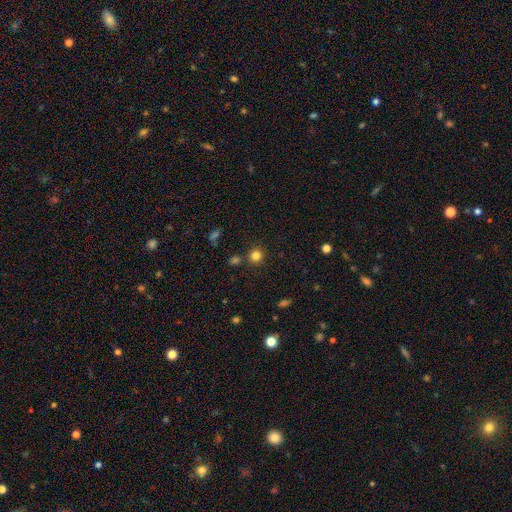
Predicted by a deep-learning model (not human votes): smooth 81%, star or artifact 14%, featured or disk 5%. Down the decision tree: how rounded — round (92%); merging — none (85%).